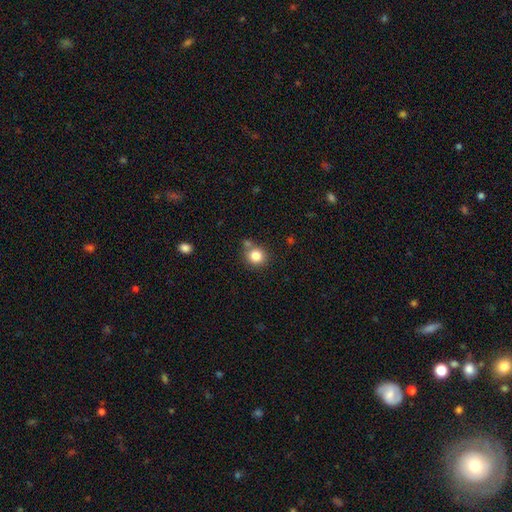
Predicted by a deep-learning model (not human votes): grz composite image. It shows a smooth galaxy with no disk features (83%) that is round (88%). Merging: none (69%).